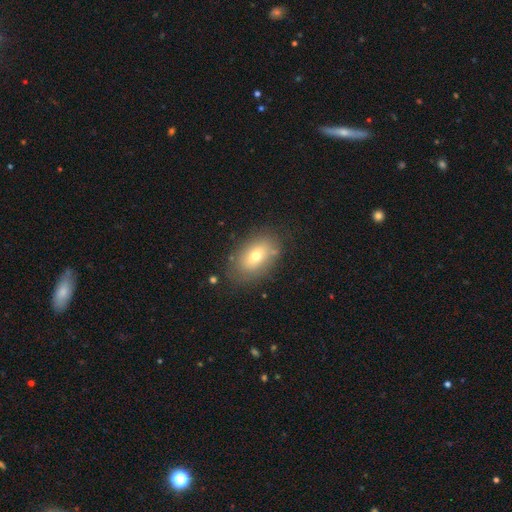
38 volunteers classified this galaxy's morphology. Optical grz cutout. It shows a smooth galaxy with no disk features (55%) that is in between round and cigar-shaped (95%). Merging: none (83%).